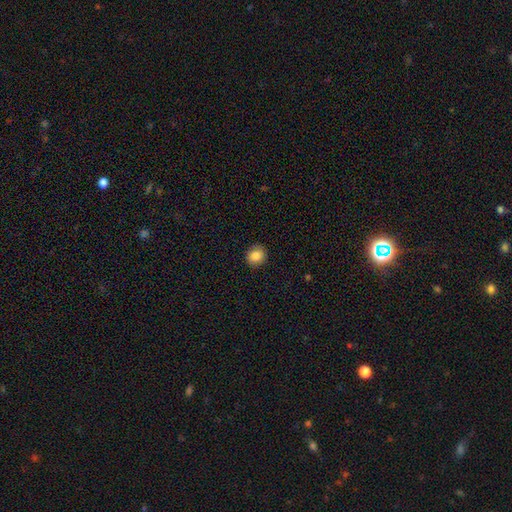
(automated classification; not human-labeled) The model was most divided on "how rounded": round: 80%, in between: 19%, cigar-shaped: 1%. More confident: merging — none (88%); smooth or featured — smooth (85%).